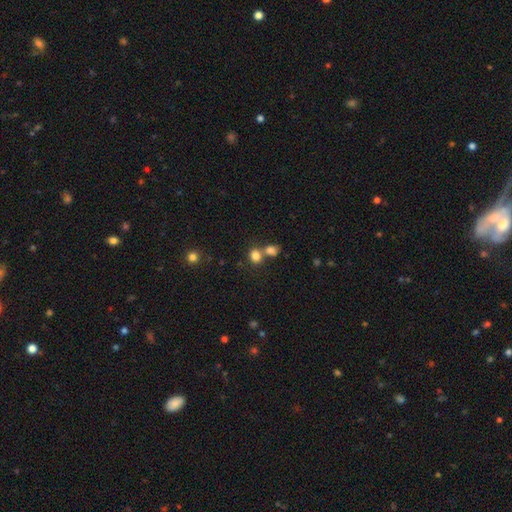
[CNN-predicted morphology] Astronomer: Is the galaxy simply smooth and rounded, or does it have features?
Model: smooth — 81%.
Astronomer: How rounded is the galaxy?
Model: round — 64%.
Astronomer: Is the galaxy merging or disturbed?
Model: merger — 44%, tied with none at 44%.